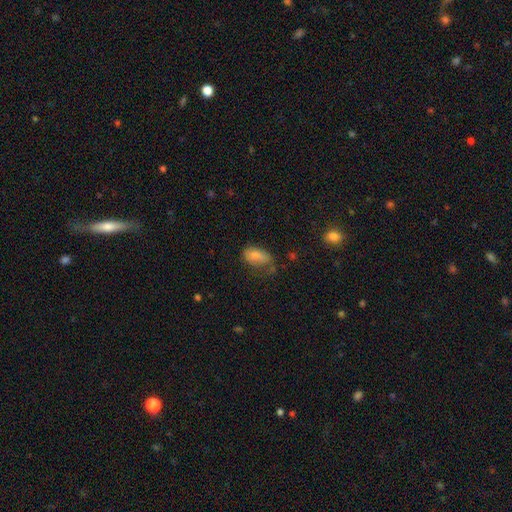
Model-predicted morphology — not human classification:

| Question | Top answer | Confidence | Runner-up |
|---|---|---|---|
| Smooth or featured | smooth | 79% | featured or disk (12%) |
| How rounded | in between | 91% | round (5%) |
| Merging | none | 43% | minor disturbance (34%) |